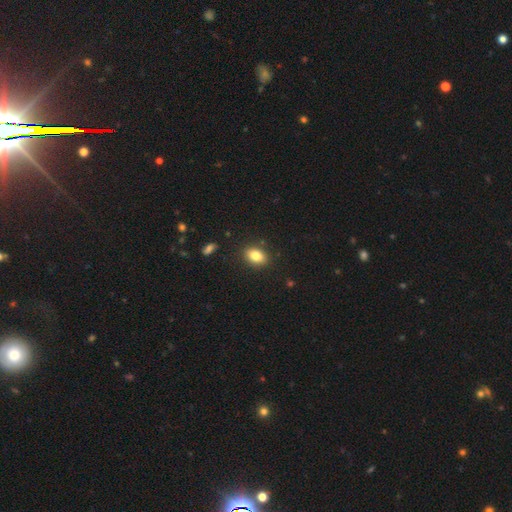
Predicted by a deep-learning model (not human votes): Morphology: type=smooth (83%); roundness=in between (80%); merging=none (86%).